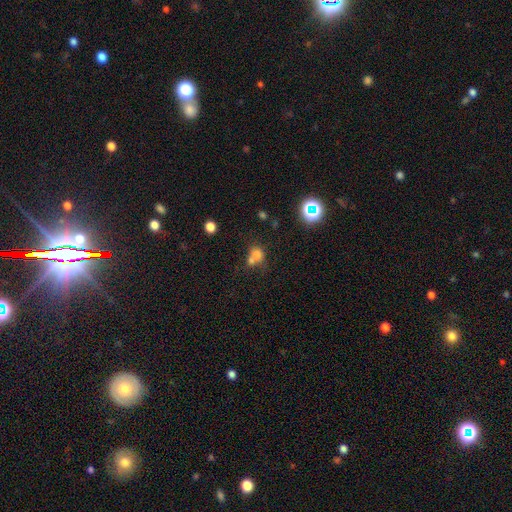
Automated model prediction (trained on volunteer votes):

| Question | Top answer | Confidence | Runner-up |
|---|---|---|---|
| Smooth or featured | smooth | 69% | star or artifact (18%) |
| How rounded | round | 60% | in between (38%) |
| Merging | merger | 49% | none (32%) |